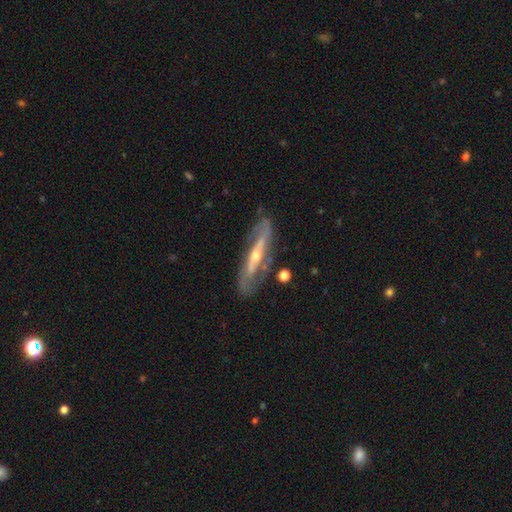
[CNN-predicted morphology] smooth-or-featured: featured or disk: 83% | smooth: 11% | star or artifact: 6%
  disk-edge-on: no: 60% | yes: 40%
  merging: none: 74% | minor disturbance: 17% | major disturbance: 6% | merger: 3%